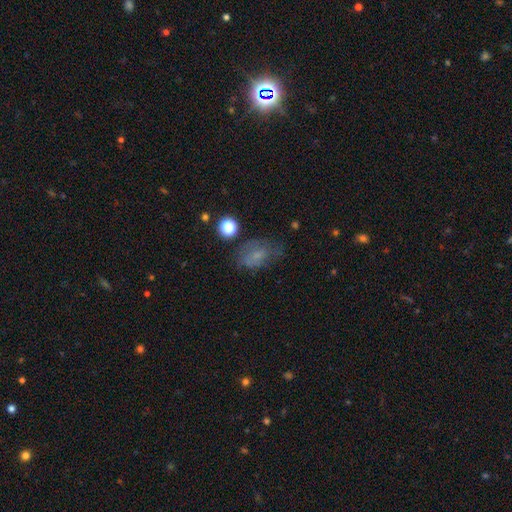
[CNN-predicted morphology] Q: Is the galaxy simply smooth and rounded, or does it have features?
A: smooth — 57%.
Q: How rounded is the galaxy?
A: in between — 79%.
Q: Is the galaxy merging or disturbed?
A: none — 53%.